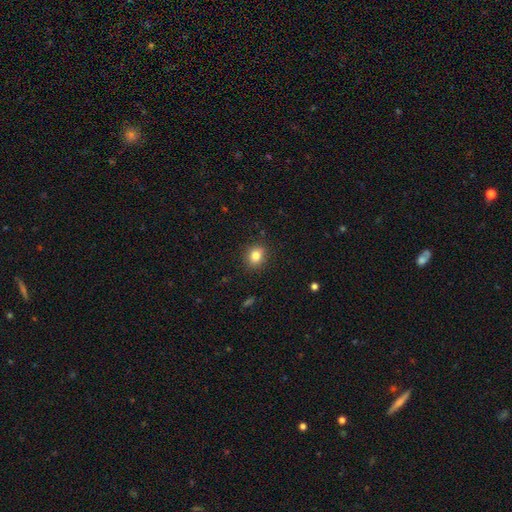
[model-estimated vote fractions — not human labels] Smooth or featured: smooth — 83% (star or artifact — 11%)
How rounded: round — 63% (in between — 36%)
Merging: none — 88% (minor disturbance — 9%)